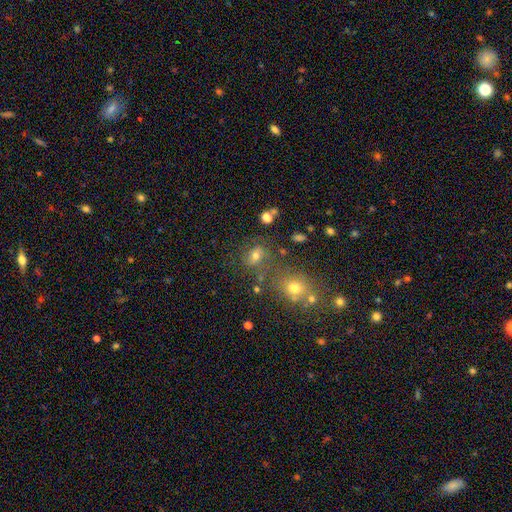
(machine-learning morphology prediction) A smooth galaxy with no disk features (57%) that is round (51%).

Vote fractions:
- Smooth or featured? smooth: 57% / featured or disk: 22% / star or artifact: 21%
- How rounded? round: 51% / in between: 47% / cigar-shaped: 2%
- Merging? none: 60% / minor disturbance: 17% / merger: 13% / major disturbance: 10%